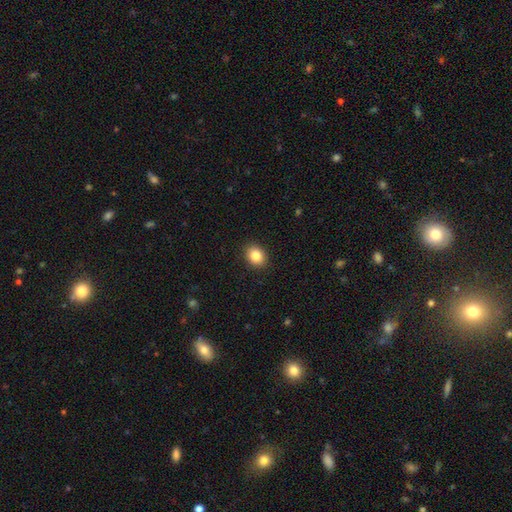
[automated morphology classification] The model was most divided on "how rounded": in between: 51%, round: 48%, cigar-shaped: 1%. More confident: merging — none (91%); smooth or featured — smooth (84%).